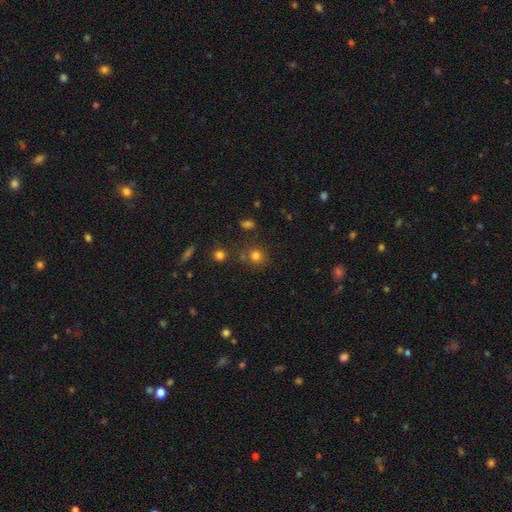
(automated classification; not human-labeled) smooth-or-featured: smooth: 77% | star or artifact: 16% | featured or disk: 7%
  how-rounded: round: 85% | in between: 14% | cigar-shaped: 1%
  merging: none: 73% | minor disturbance: 11% | merger: 11% | major disturbance: 4%